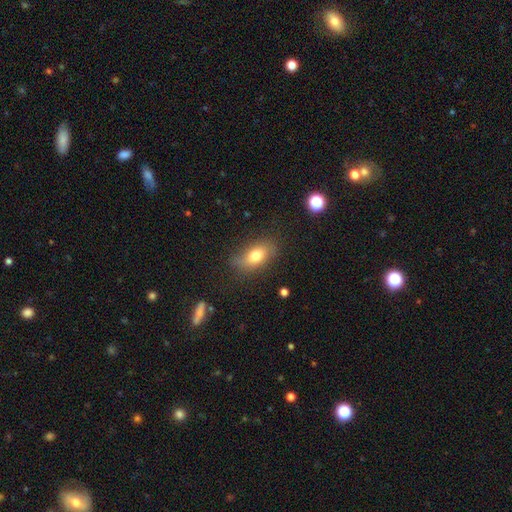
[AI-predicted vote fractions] smooth_or_featured: smooth (p=0.73) [alt: featured or disk p=0.18]
how_rounded: in between (p=0.85) [alt: round p=0.09]
merging: none (p=0.75) [alt: minor disturbance p=0.18]